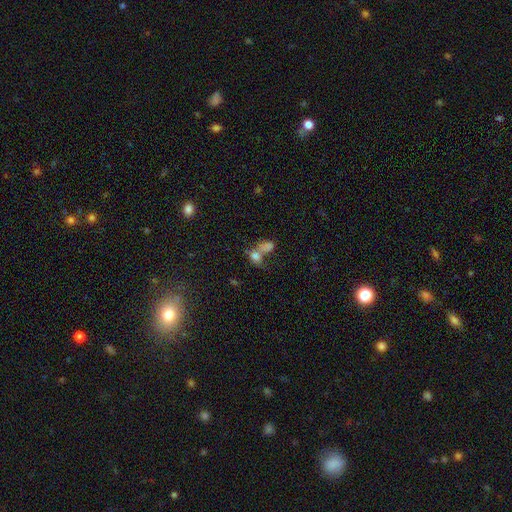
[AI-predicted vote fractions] Smooth or featured?
  - smooth: 70% *
  - featured or disk: 16%
  - star or artifact: 14%
How rounded?
  - in between: 69% *
  - round: 27%
  - cigar-shaped: 4%
Merging?
  - merger: 59% *
  - none: 23%
  - major disturbance: 10%
  - minor disturbance: 8%